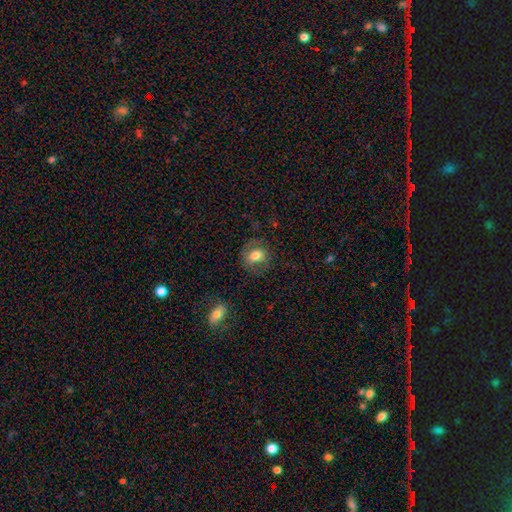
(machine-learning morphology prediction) smooth_or_featured: smooth (p=0.65) [alt: featured or disk p=0.26]
how_rounded: round (p=0.54) [alt: in between p=0.45]
merging: none (p=0.69) [alt: minor disturbance p=0.18]